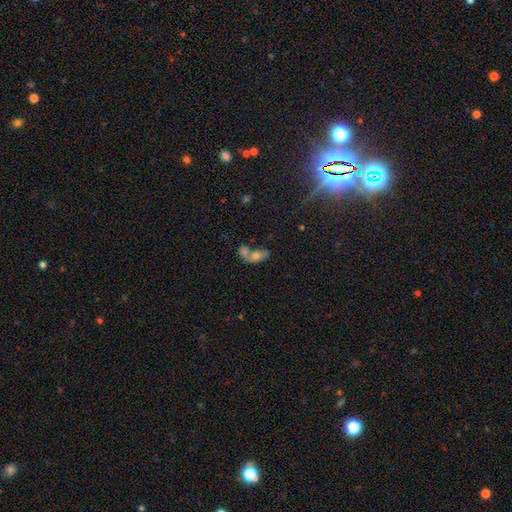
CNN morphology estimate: Overall: smooth (64%; featured or disk 24%). How rounded: in between (81%). Merging: merger (64%).